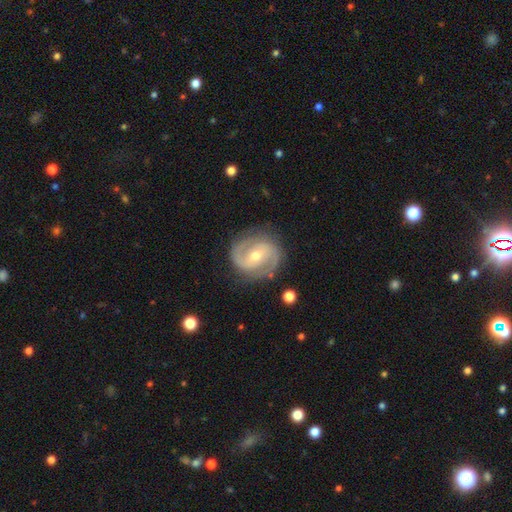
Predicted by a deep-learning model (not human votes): smooth-or-featured: featured or disk: 87% | smooth: 8% | star or artifact: 5%
  disk-edge-on: no: 98% | yes: 2%
    bar: weak: 47% | no: 29% | strong: 24%
    has-spiral-arms: yes: 96% | no: 4%
      spiral-winding: medium: 50% | tight: 37% | loose: 13%
      spiral-arm-count: 2: 90% | can't tell: 4% | 3: 2% | 1: 2% | 4: 1% | more than 4: 1%
    bulge-size: moderate: 55% | small: 42% | large: 2% | none: 1% | dominant: 1%
  merging: none: 82% | minor disturbance: 12% | major disturbance: 4% | merger: 1%